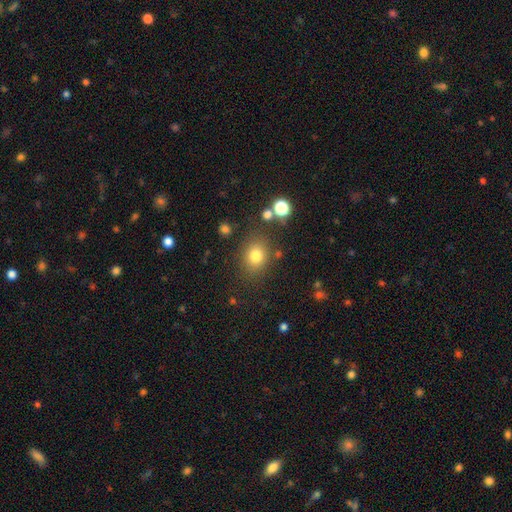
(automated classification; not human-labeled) Smooth or featured? smooth (78%)
How rounded? round (65%)
Merging? none (80%)